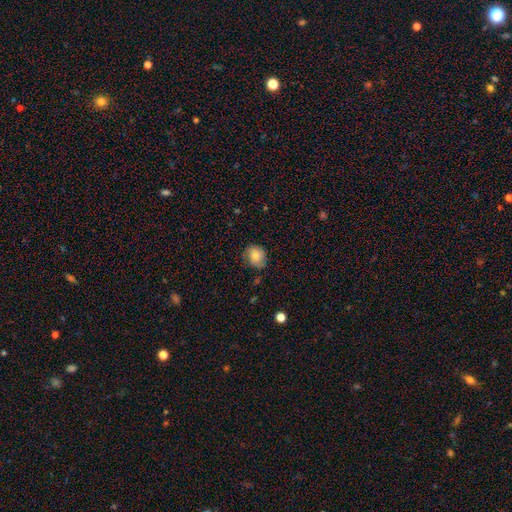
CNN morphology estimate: Overall: smooth (75%). How rounded: round (68%; in between 31%). Merging: none (69%).